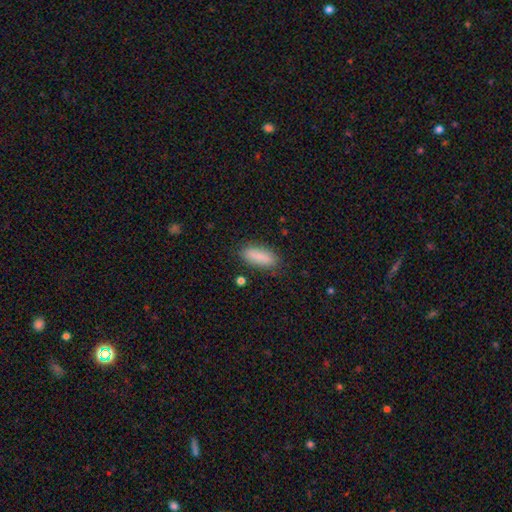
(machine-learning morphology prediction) type=smooth (87%); roundness=in between (64%); merging=none (84%).